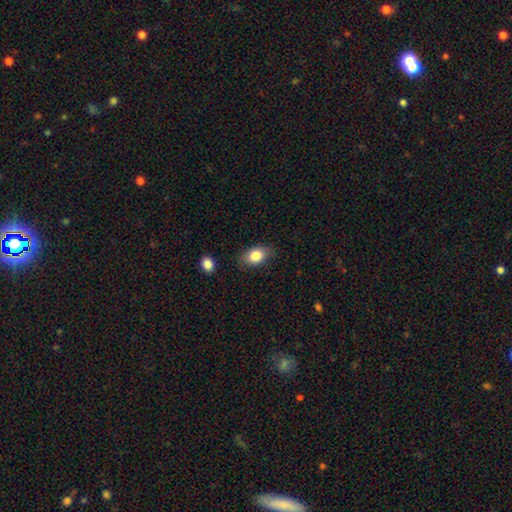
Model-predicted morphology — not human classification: smooth 84%, featured or disk 9%, star or artifact 8%. Down the decision tree: how rounded — in between (83%); merging — none (82%).